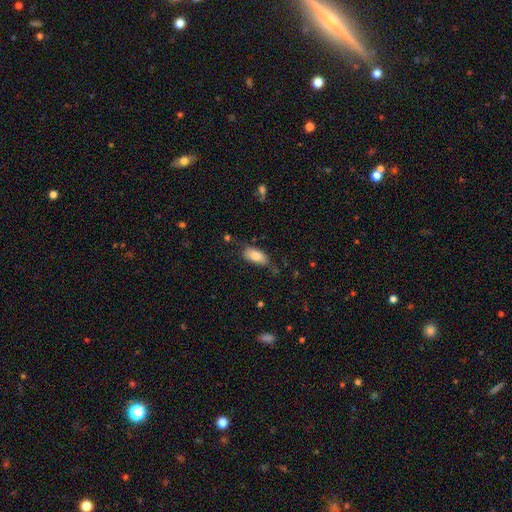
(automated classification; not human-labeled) Smooth or featured?
  - smooth: 81% *
  - featured or disk: 12%
  - star or artifact: 7%
How rounded?
  - in between: 90% *
  - cigar-shaped: 7%
  - round: 3%
Merging?
  - none: 60% *
  - minor disturbance: 28%
  - major disturbance: 9%
  - merger: 3%